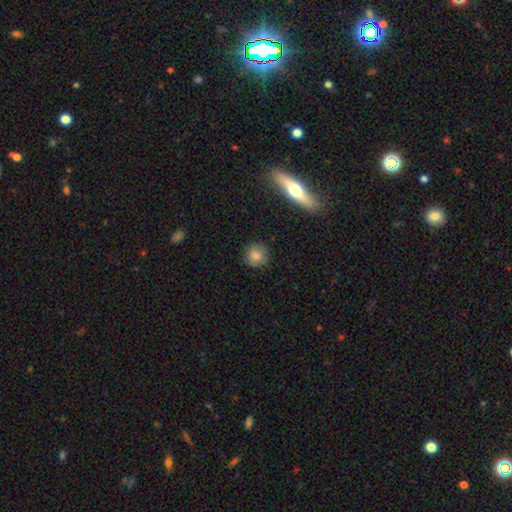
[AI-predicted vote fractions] Smooth or featured? Predicted: smooth (p=0.77). How rounded? Predicted: round (p=0.90). Merging? Predicted: none (p=0.86).